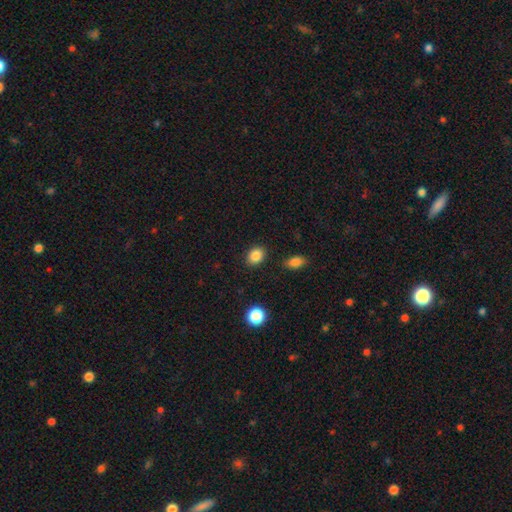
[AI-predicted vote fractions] smooth 86%, star or artifact 9%, featured or disk 4%. Down the decision tree: how rounded — in between (61%); merging — none (87%).